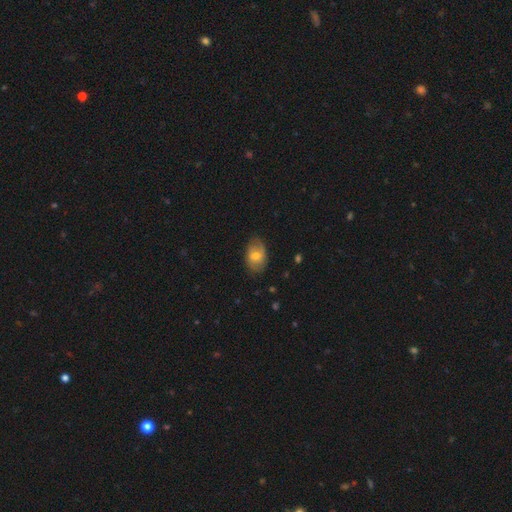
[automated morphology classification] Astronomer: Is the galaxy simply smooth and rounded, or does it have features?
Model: smooth — 62%.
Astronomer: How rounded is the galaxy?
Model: in between — 84%.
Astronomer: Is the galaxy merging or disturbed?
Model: none — 74%.